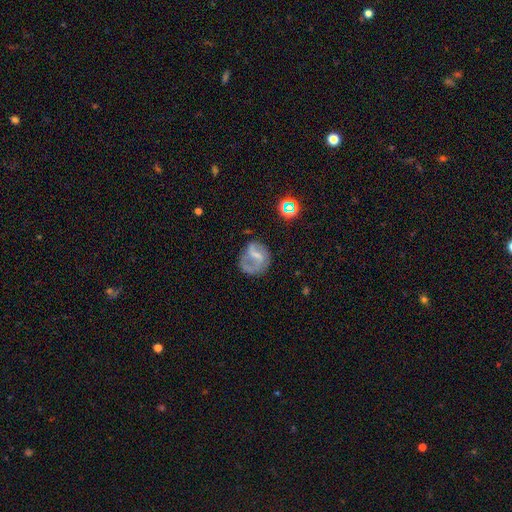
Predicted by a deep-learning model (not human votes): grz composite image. It shows a featured or disk galaxy (56%) with a weak bar (45%), spiral arms (64%) and a small central bulge (39%). Merging: none (48%).